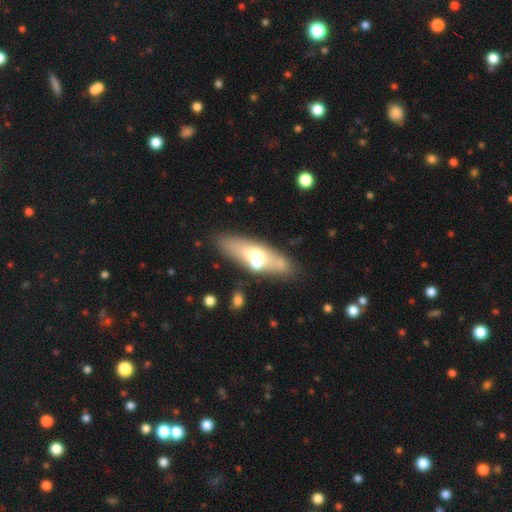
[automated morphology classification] This appears to be a smooth galaxy with no disk features (51%) that is in between round and cigar-shaped (53%). Merging: none (64%).